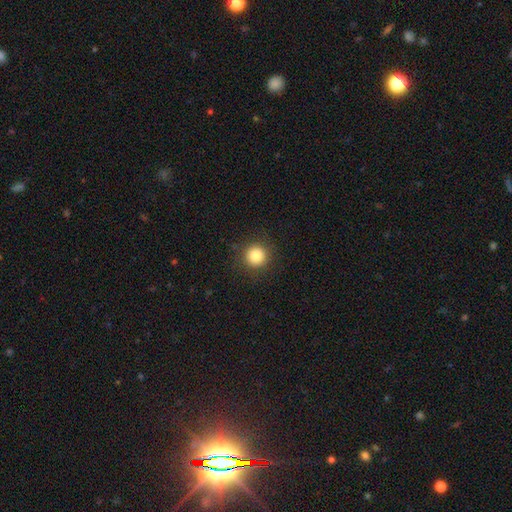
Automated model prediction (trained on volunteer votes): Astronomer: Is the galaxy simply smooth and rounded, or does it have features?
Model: smooth — 84%.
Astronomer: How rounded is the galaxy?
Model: round — 95%.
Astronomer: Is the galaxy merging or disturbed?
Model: none — 91%.